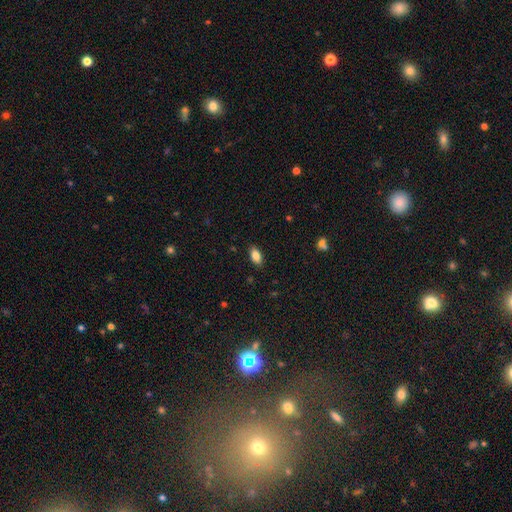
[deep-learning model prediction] A smooth galaxy with no disk features (83%) that is in between round and cigar-shaped (90%). Merging: none (87%).